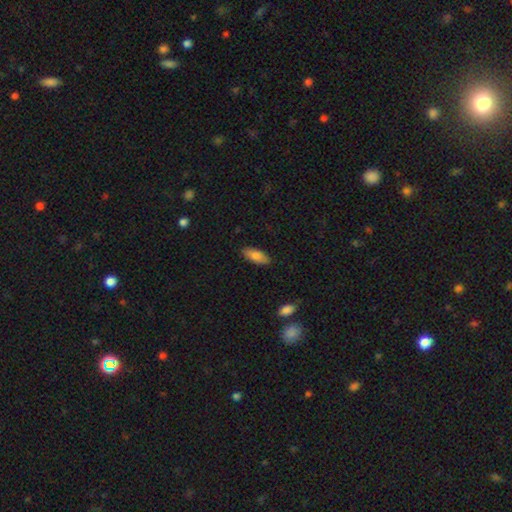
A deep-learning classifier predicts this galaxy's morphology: A smooth galaxy with no disk features (81%) that is in between round and cigar-shaped (78%). Merging: none (85%).